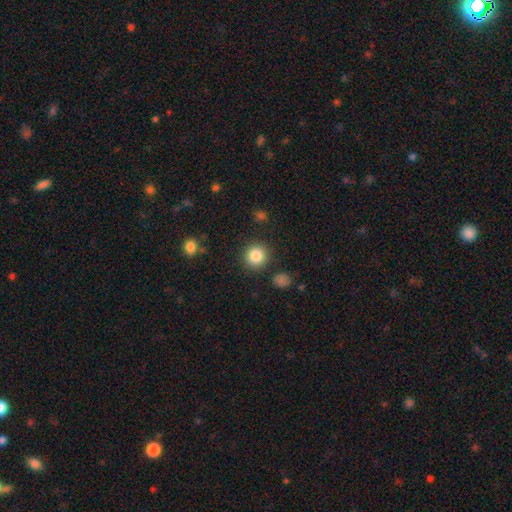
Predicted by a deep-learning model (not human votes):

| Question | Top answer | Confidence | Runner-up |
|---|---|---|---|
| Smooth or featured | smooth | 85% | star or artifact (10%) |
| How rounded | round | 92% | in between (7%) |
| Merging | none | 89% | minor disturbance (6%) |